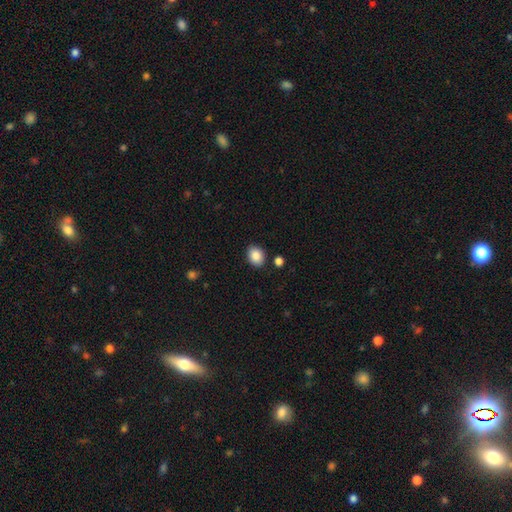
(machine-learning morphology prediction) Smooth or featured? smooth (87%)
How rounded? in between (57%)
Merging? none (86%)